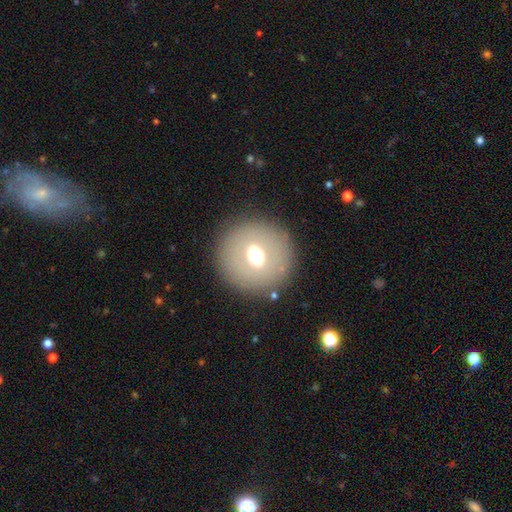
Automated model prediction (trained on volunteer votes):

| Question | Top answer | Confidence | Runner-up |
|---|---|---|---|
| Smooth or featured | smooth | 60% | featured or disk (26%) |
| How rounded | round | 92% | in between (7%) |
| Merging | none | 86% | minor disturbance (7%) |